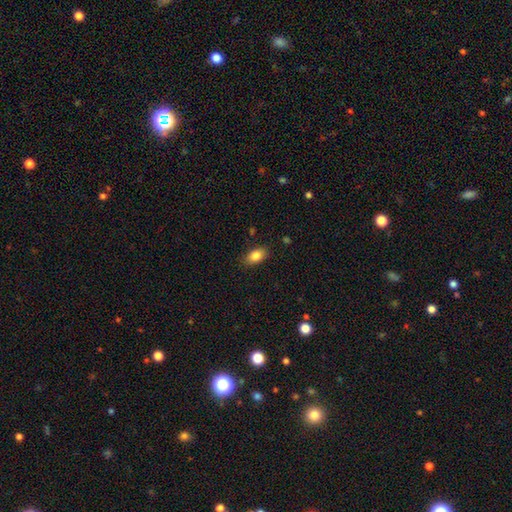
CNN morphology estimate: The model was most divided on "merging": none: 86%, minor disturbance: 11%, major disturbance: 3%, merger: 1%. More confident: how rounded — in between (88%); smooth or featured — smooth (84%).